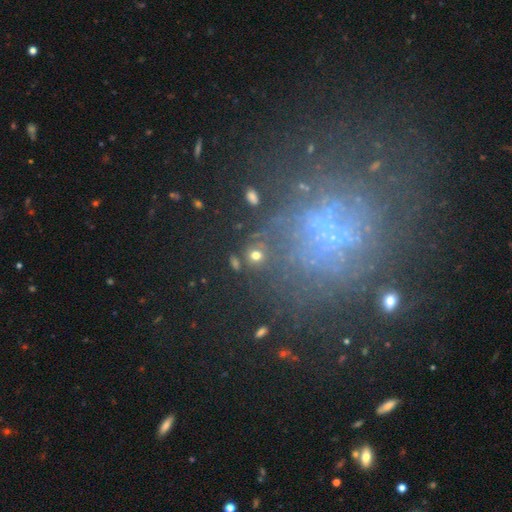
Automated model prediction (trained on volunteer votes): smooth-or-featured: star or artifact: 38% | featured or disk: 32% | smooth: 30%